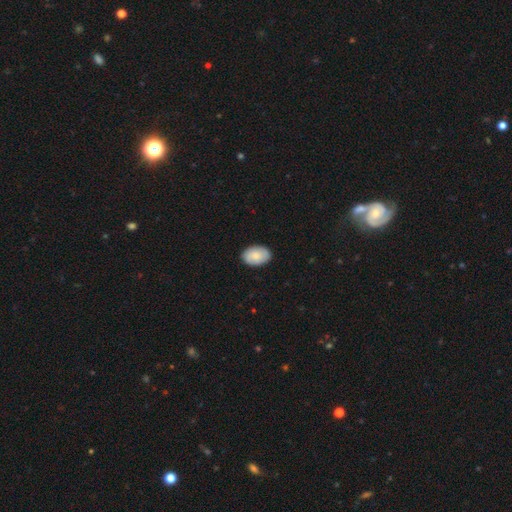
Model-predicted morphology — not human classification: smooth-or-featured: smooth: 81% | featured or disk: 13% | star or artifact: 6%
  how-rounded: in between: 88% | round: 11% | cigar-shaped: 1%
  merging: none: 88% | minor disturbance: 9% | major disturbance: 2% | merger: 1%